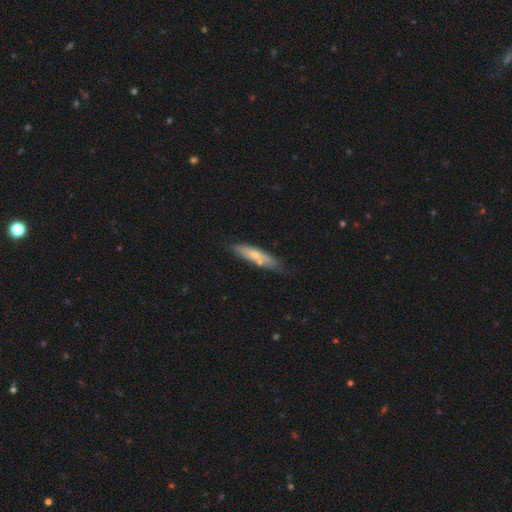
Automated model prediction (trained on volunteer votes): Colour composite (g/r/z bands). It shows a smooth galaxy with no disk features (57%) that is cigar-shaped (70%). Merging: none (68%).